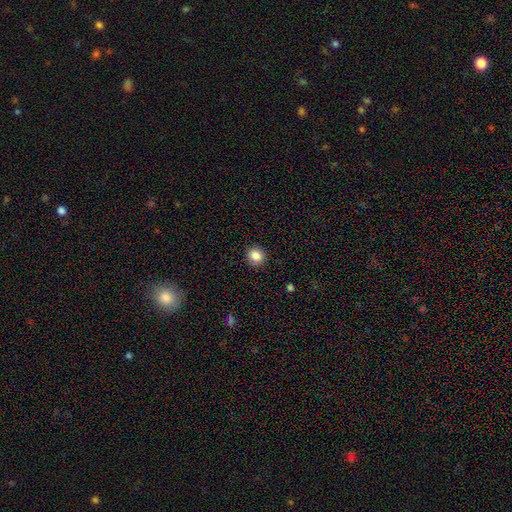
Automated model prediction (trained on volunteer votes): Smooth or featured? Predicted: smooth (p=0.85). How rounded? Predicted: round (p=0.89). Merging? Predicted: none (p=0.91).